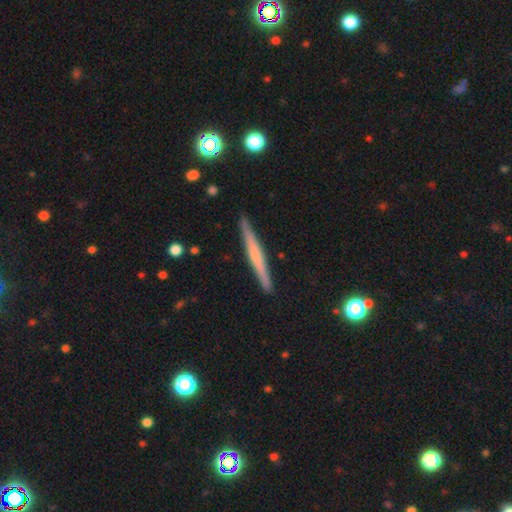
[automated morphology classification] Smooth or featured? Predicted: featured or disk (p=0.51). Edge-on disk? Predicted: yes (p=0.97). Edge-on bulge? Predicted: none (p=0.66). Merging? Predicted: none (p=0.91).